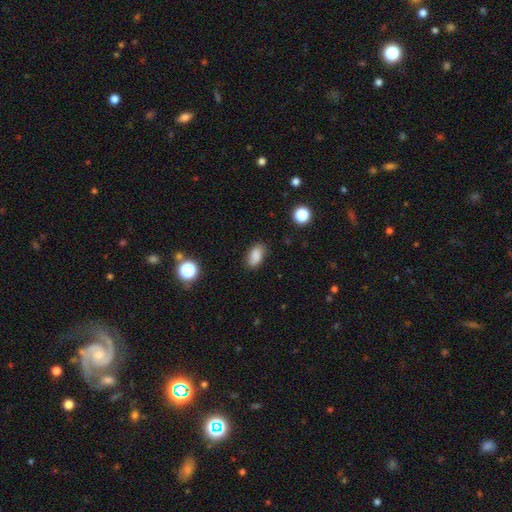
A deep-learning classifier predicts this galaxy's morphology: smooth-or-featured: smooth: 86% | star or artifact: 9% | featured or disk: 4%
  how-rounded: in between: 90% | round: 6% | cigar-shaped: 3%
  merging: none: 84% | minor disturbance: 12% | major disturbance: 3% | merger: 1%